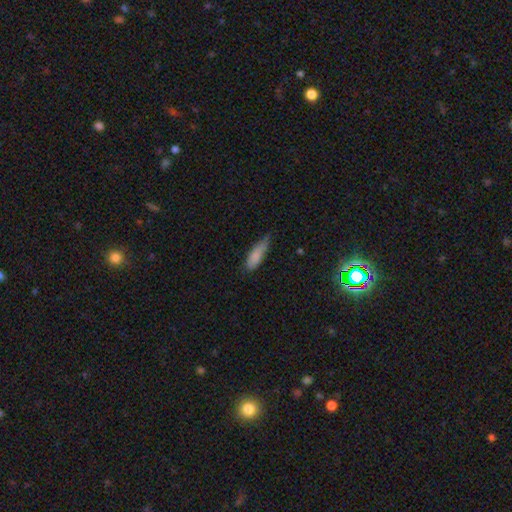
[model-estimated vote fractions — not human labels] smooth-or-featured: smooth: 83% | featured or disk: 10% | star or artifact: 7%
  how-rounded: in between: 49% (tied) | cigar-shaped: 49% (tied) | round: 2%
  merging: none: 47% | minor disturbance: 42% | major disturbance: 9% | merger: 2%